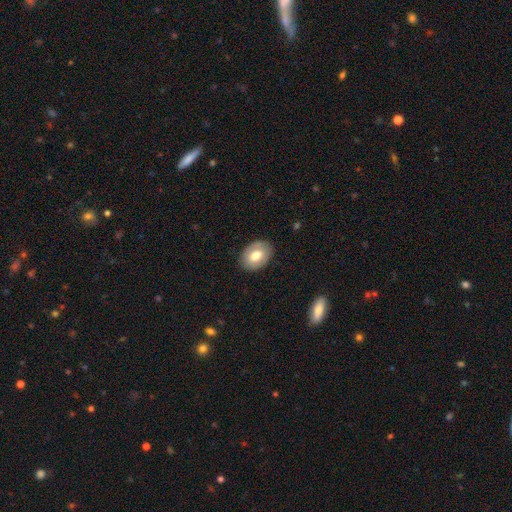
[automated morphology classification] smooth 71%, featured or disk 23%, star or artifact 7%. Down the decision tree: how rounded — in between (79%); merging — none (86%).